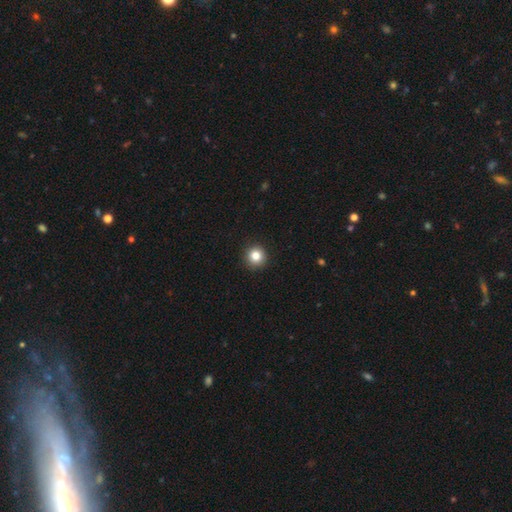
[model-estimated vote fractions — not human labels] A smooth galaxy with no disk features (83%) that is round (94%).

Vote fractions:
- Smooth or featured? smooth: 83% / star or artifact: 11% / featured or disk: 6%
- How rounded? round: 94% / in between: 5% / cigar-shaped: 1%
- Merging? none: 92% / minor disturbance: 5% / major disturbance: 2% / merger: 1%